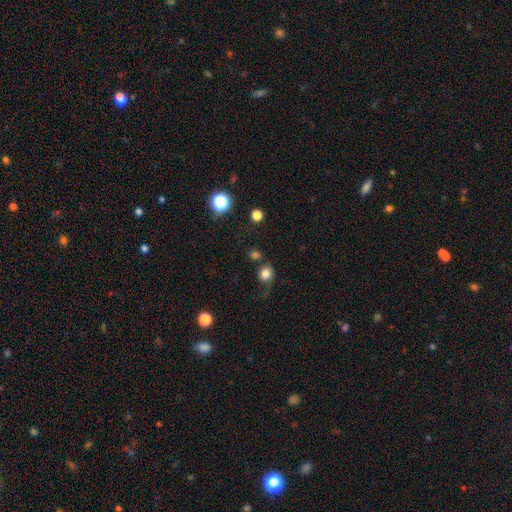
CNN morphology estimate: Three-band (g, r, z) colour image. It shows a smooth galaxy with no disk features (56%) that is round (81%). Merging: none (55%).